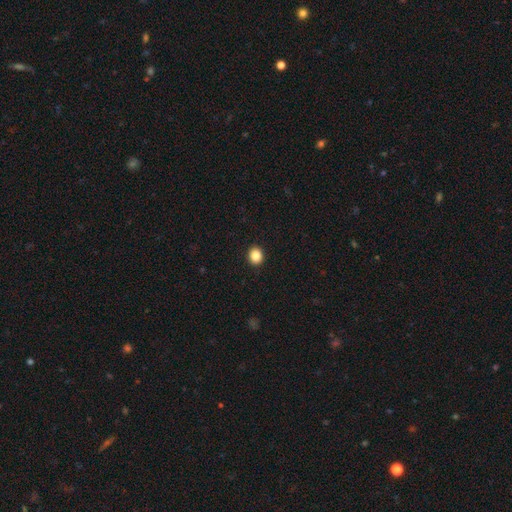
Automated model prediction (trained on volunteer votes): The model was most divided on "how rounded": round: 72%, in between: 27%, cigar-shaped: 1%. More confident: merging — none (93%); smooth or featured — smooth (86%).